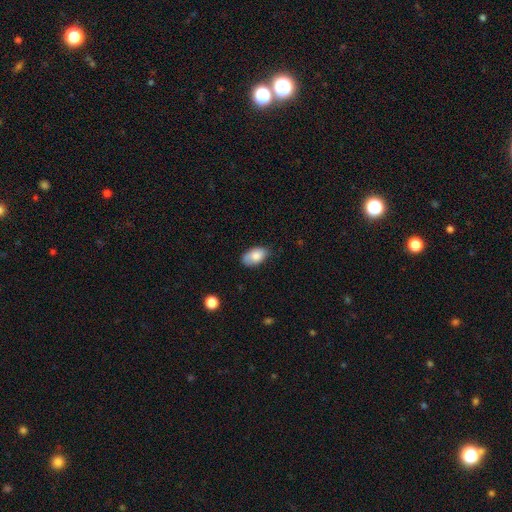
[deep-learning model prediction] Smooth or featured?
  - smooth: 81% *
  - featured or disk: 11%
  - star or artifact: 7%
How rounded?
  - in between: 93% *
  - round: 6%
  - cigar-shaped: 2%
Merging?
  - none: 71% *
  - minor disturbance: 24%
  - major disturbance: 4%
  - merger: 1%